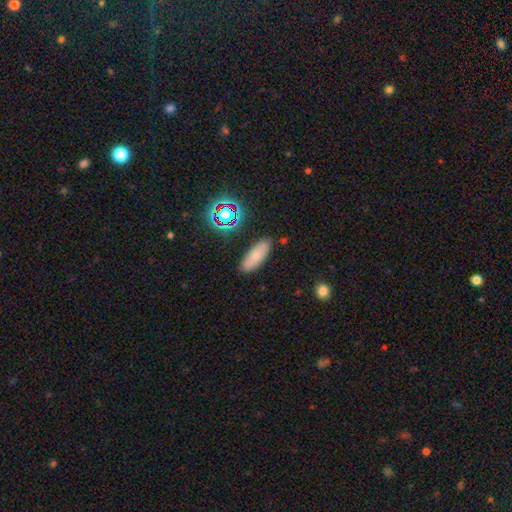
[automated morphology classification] The model was most divided on "how rounded": in between: 66%, cigar-shaped: 30%, round: 3%. More confident: merging — none (84%); smooth or featured — smooth (70%).